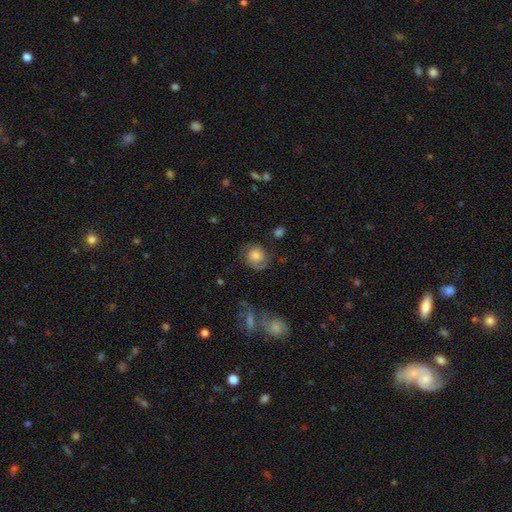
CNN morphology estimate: Smooth or featured? featured or disk (47%)
Merging? none (65%)